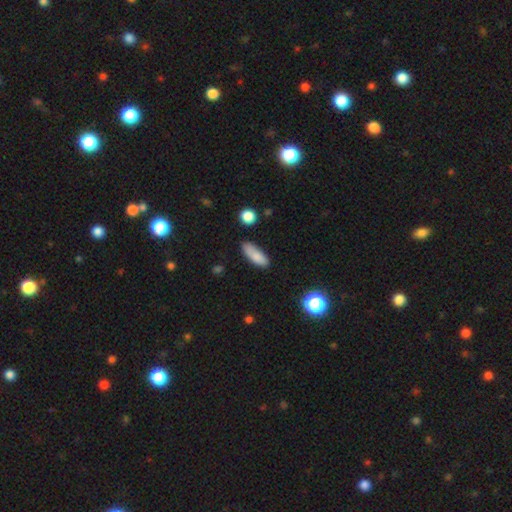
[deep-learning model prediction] A smooth galaxy with no disk features (84%) that is in between round and cigar-shaped (64%). Merging: none (71%).